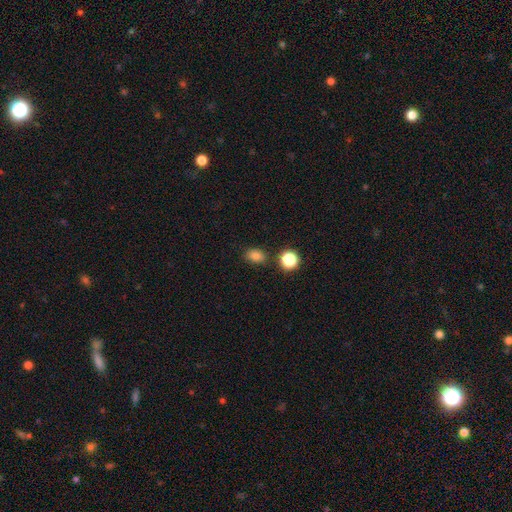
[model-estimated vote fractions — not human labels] smooth-or-featured: smooth: 81% | star or artifact: 14% | featured or disk: 5%
  how-rounded: in between: 69% | round: 29% | cigar-shaped: 1%
  merging: none: 81% | minor disturbance: 11% | merger: 5% | major disturbance: 3%